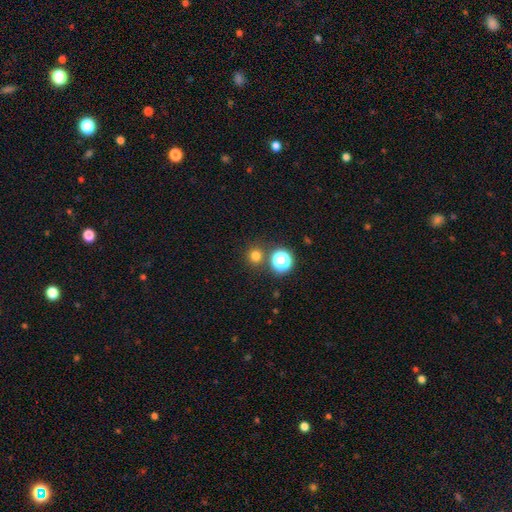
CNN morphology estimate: smooth_or_featured: smooth (p=0.74) [alt: star or artifact p=0.21]
how_rounded: round (p=0.91) [alt: in between p=0.08]
merging: none (p=0.82) [alt: merger p=0.09]